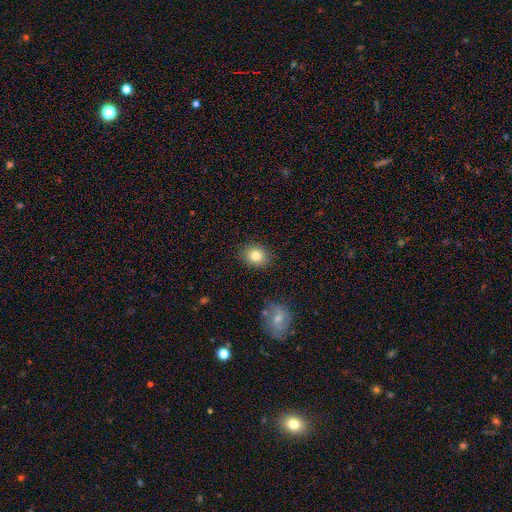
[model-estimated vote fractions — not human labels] This is clearly a smooth galaxy (81%). How rounded: likely round (62%). Merging: clearly none (87%).